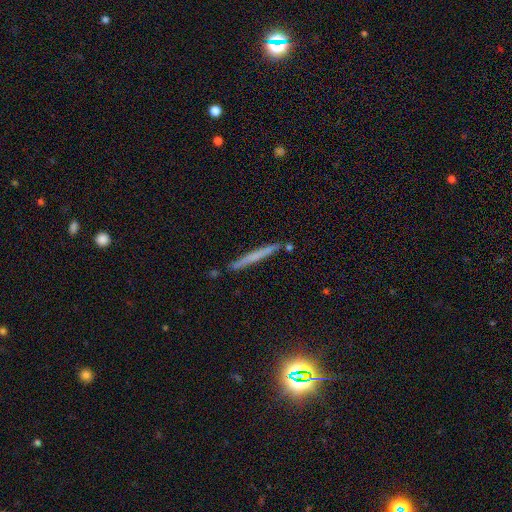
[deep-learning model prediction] A smooth galaxy with no disk features (53%) that is cigar-shaped (96%). Merging: none (86%).